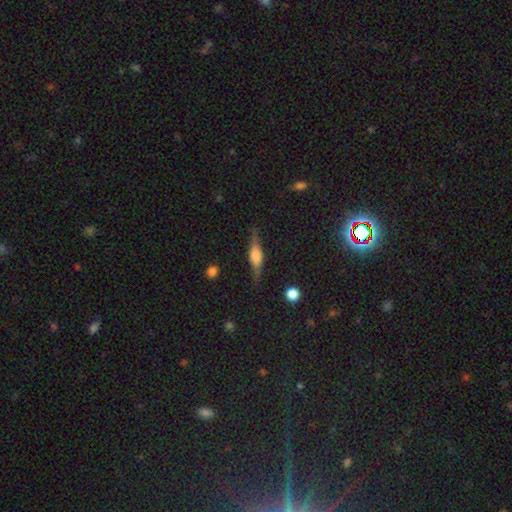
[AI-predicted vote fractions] The model was most divided on "smooth or featured": featured or disk: 68%, smooth: 24%, star or artifact: 8%. More confident: edge-on disk — yes (96%); merging — none (84%); edge-on bulge — rounded (72%).